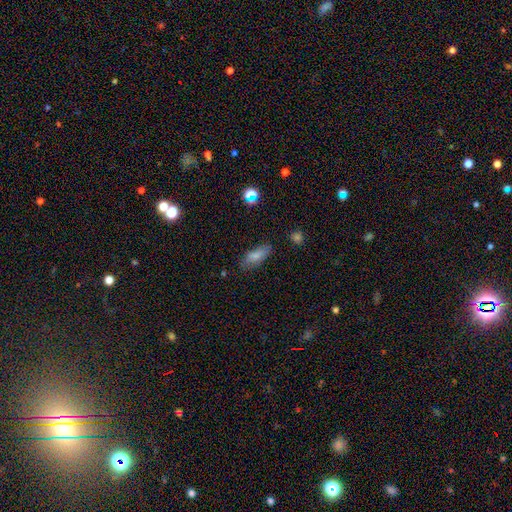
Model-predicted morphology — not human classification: Smooth or featured: smooth — 80% (featured or disk — 11%)
How rounded: in between — 74% (cigar-shaped — 23%)
Merging: none — 75% (minor disturbance — 18%)